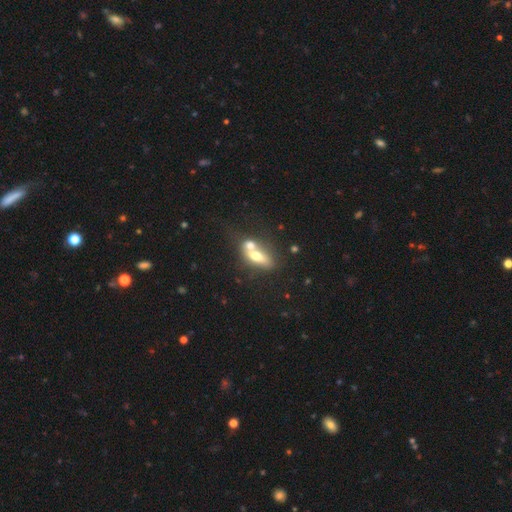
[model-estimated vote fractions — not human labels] This appears to be a smooth galaxy with no disk features (59%) that is in between round and cigar-shaped (71%). Merging: merger (59%).